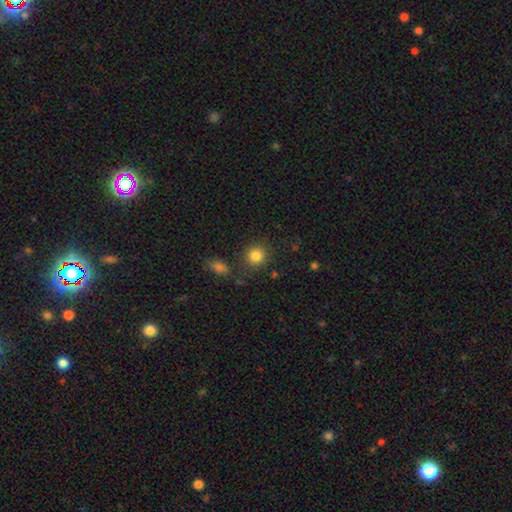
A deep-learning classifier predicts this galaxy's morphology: smooth 84%, star or artifact 11%, featured or disk 5%. Down the decision tree: how rounded — round (87%); merging — none (82%).